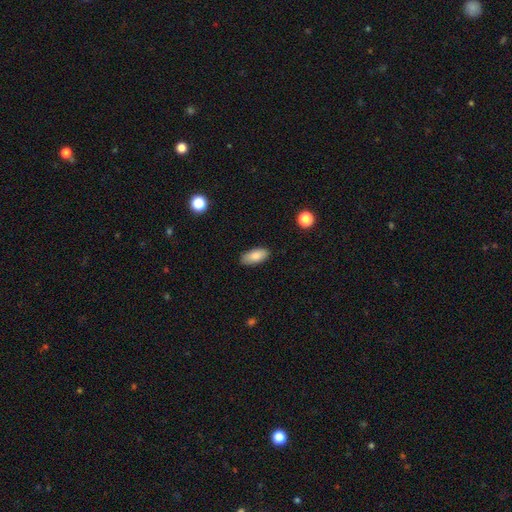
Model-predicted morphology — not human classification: A smooth galaxy with no disk features (86%) that is in between round and cigar-shaped (87%). Merging: none (86%).